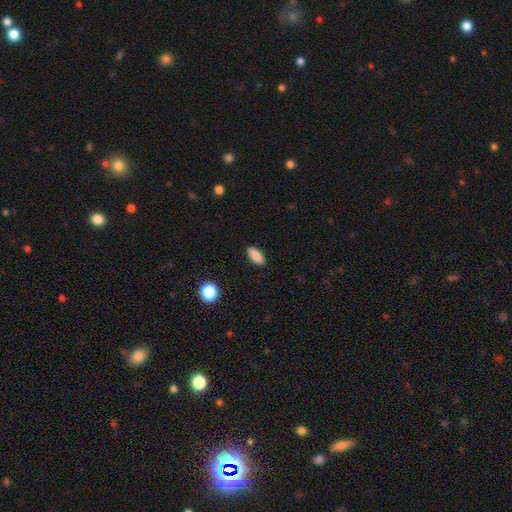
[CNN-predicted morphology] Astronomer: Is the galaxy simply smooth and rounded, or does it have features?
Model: smooth — 87%.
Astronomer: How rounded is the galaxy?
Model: in between — 78%.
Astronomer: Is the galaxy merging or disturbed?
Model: none — 89%.